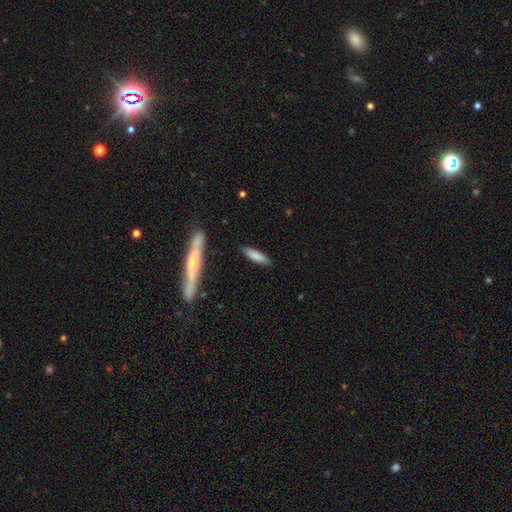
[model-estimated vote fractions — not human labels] smooth-or-featured: smooth: 81% | featured or disk: 13% | star or artifact: 6%
  how-rounded: cigar-shaped: 61% | in between: 37% | round: 2%
  merging: none: 85% | minor disturbance: 11% | merger: 2% | major disturbance: 2%